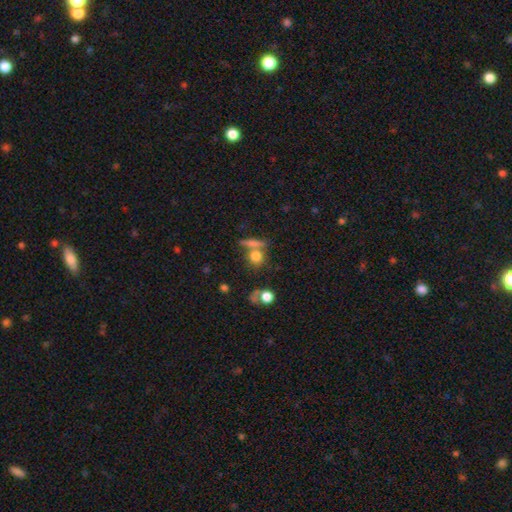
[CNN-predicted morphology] type=smooth (75%); roundness=round (75%); merging=none (60%).